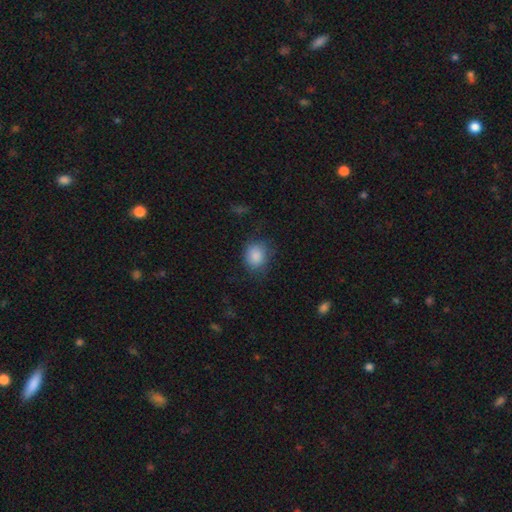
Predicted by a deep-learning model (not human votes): This appears to be a smooth galaxy with no disk features (86%) that is round (61%). Merging: none (69%).